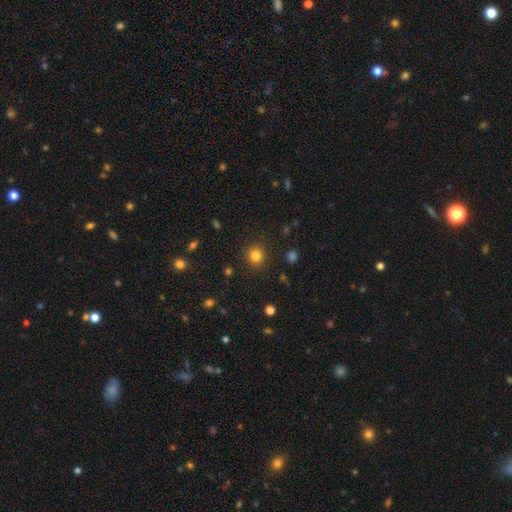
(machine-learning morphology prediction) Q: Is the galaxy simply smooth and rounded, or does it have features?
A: smooth — 82%.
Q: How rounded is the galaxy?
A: round — 87%.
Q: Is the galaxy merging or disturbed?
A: none — 90%.